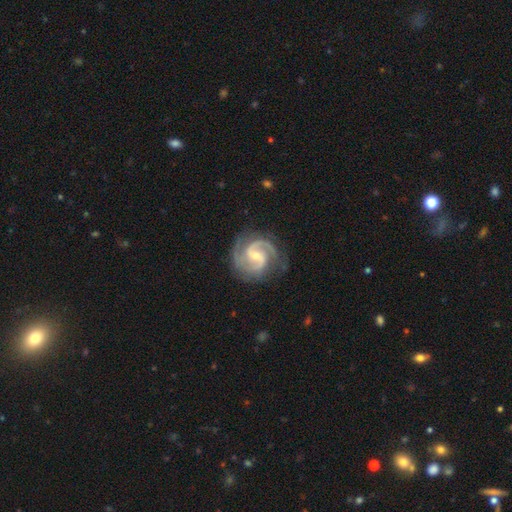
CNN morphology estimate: Overall: featured or disk (93%). Edge-on disk: no (98%). Bar: weak (54%; no 29%). Spiral arms: yes (99%). Spiral arm count: 2 (74%). Spiral winding: medium (57%; tight 34%). Bulge size: small (57%; moderate 37%). Merging: none (77%).